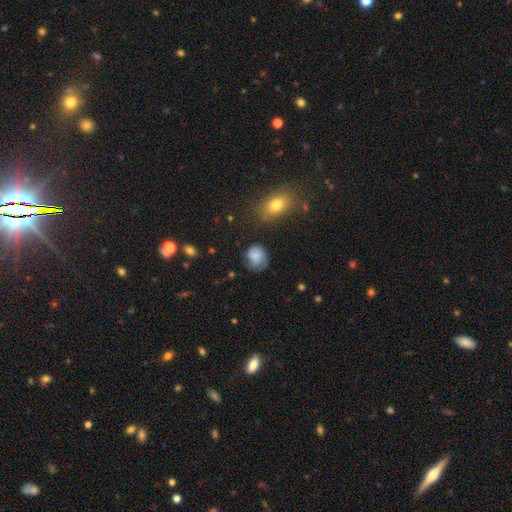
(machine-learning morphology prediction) smooth 63%, featured or disk 27%, star or artifact 10%. Down the decision tree: how rounded — round (66%); merging — none (53%).